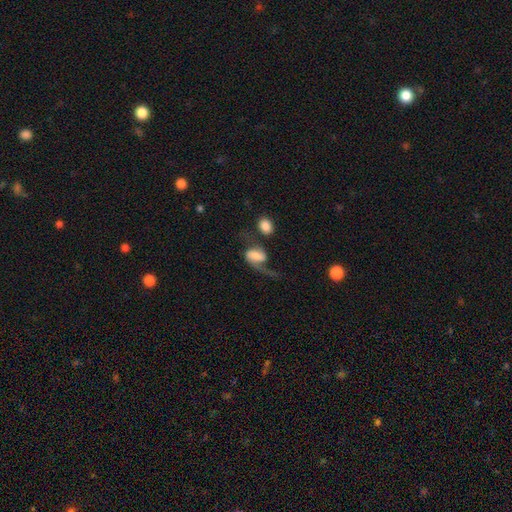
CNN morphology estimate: Overall: featured or disk (63%; smooth 28%). Edge-on disk: no (97%). Bar: weak (39%; no 35%). Spiral arms: yes (90%). Spiral arm count: 2 (72%). Spiral winding: loose (78%). Bulge size: none (27%; large 23%). Merging: none (34%; major disturbance 33%).